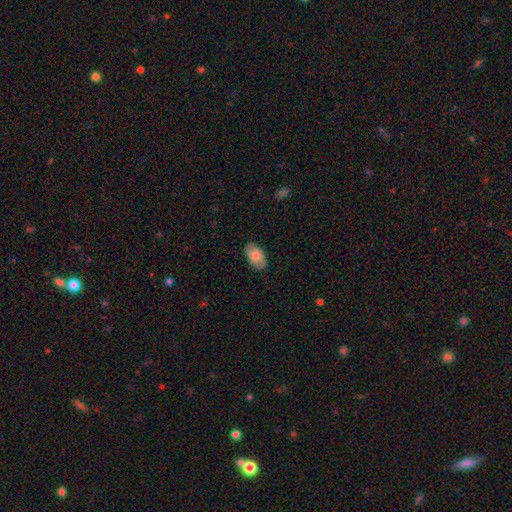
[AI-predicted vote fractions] The model was most divided on "smooth or featured": smooth: 73%, featured or disk: 21%, star or artifact: 7%. More confident: how rounded — in between (93%); merging — none (84%).